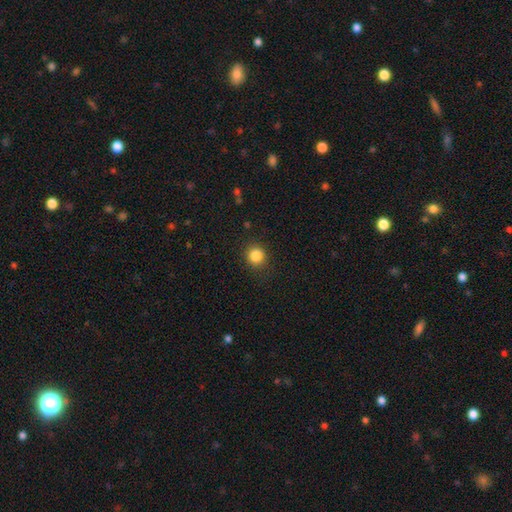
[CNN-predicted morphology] The model was most divided on "smooth or featured": smooth: 85%, star or artifact: 11%, featured or disk: 4%. More confident: how rounded — round (90%); merging — none (89%).